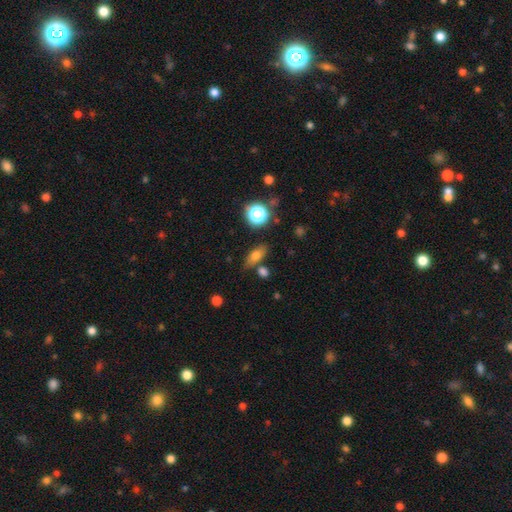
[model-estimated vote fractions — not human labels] Morphology: type=smooth (73%); roundness=in between (71%); merging=none (72%).